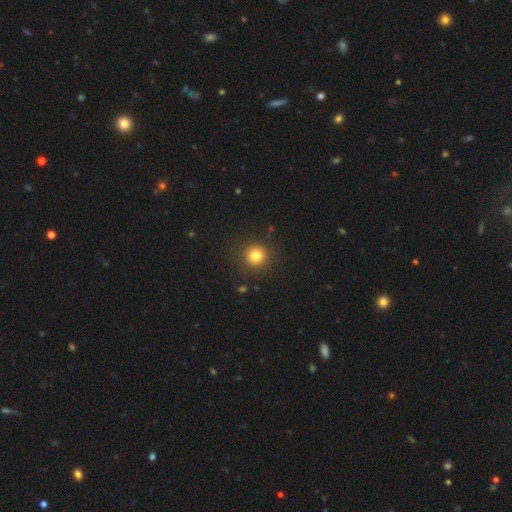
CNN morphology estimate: Smooth or featured? Predicted: smooth (p=0.81). How rounded? Predicted: round (p=0.95). Merging? Predicted: none (p=0.90).